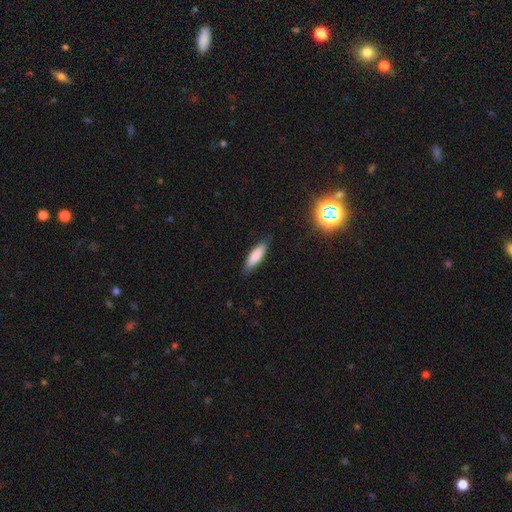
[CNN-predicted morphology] Overall: smooth (83%). How rounded: cigar-shaped (58%; in between 41%). Merging: none (85%).